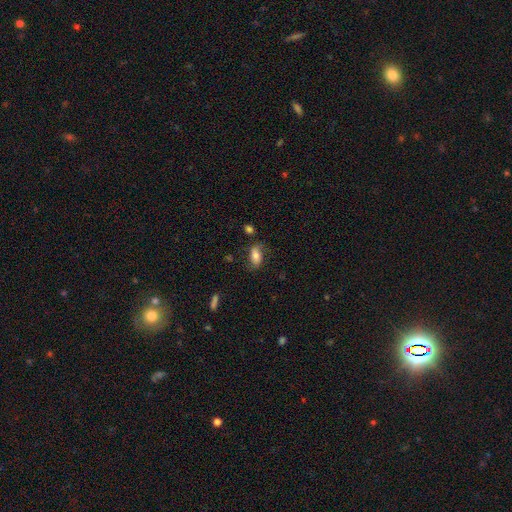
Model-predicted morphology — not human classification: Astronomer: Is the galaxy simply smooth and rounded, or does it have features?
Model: smooth — 65%.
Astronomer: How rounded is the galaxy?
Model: in between — 89%.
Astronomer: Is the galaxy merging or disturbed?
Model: none — 66%.